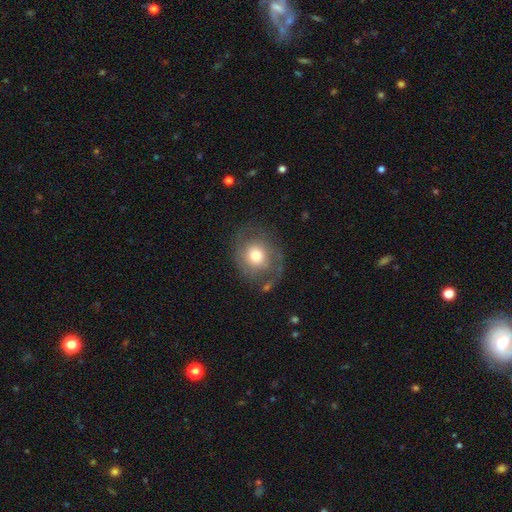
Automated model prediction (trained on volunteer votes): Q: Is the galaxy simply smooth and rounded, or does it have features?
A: smooth — 53%.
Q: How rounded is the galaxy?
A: round — 66%.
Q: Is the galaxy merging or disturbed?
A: none — 65%.